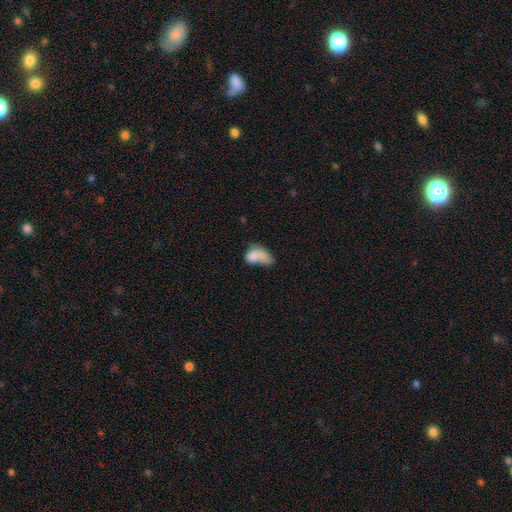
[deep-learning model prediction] This appears to be a smooth galaxy with no disk features (74%) that is in between round and cigar-shaped (85%). Merging: major disturbance (31%).